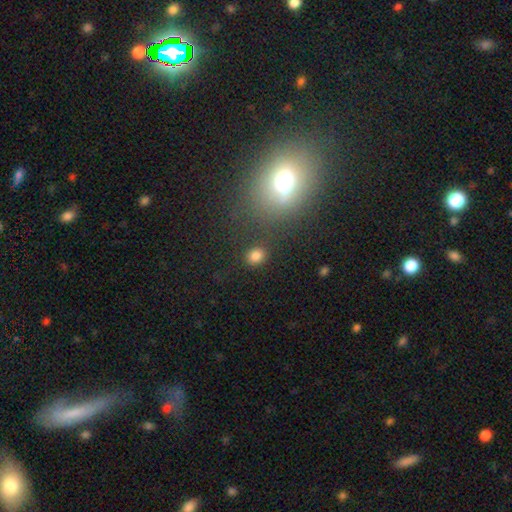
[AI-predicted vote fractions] smooth 82%, star or artifact 13%, featured or disk 5%. Down the decision tree: how rounded — round (64%); merging — none (84%).